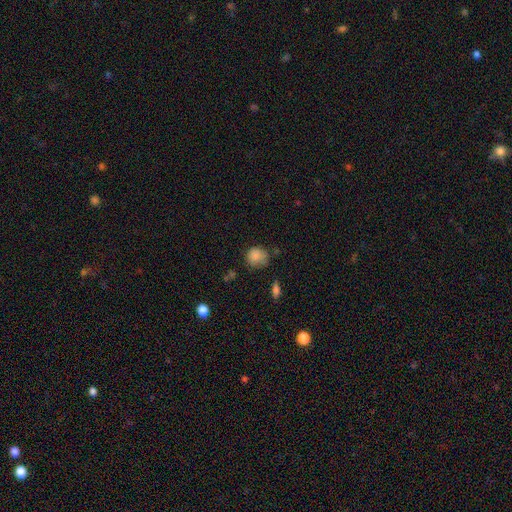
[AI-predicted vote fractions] This is clearly a smooth galaxy (84%). How rounded: clearly round (82%). Merging: possibly none (58%).